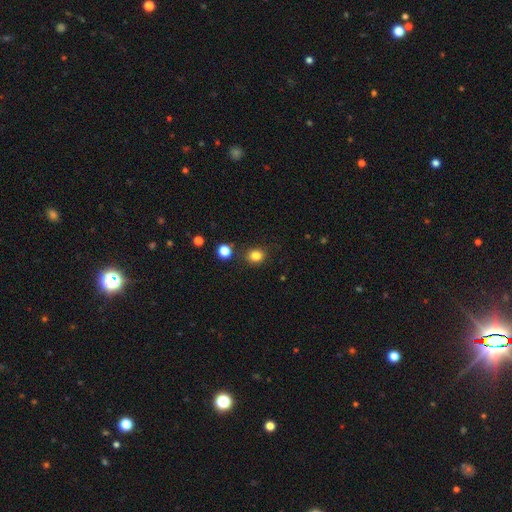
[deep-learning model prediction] The model was most divided on "how rounded": round: 72%, in between: 27%, cigar-shaped: 1%. More confident: merging — none (84%); smooth or featured — smooth (83%).